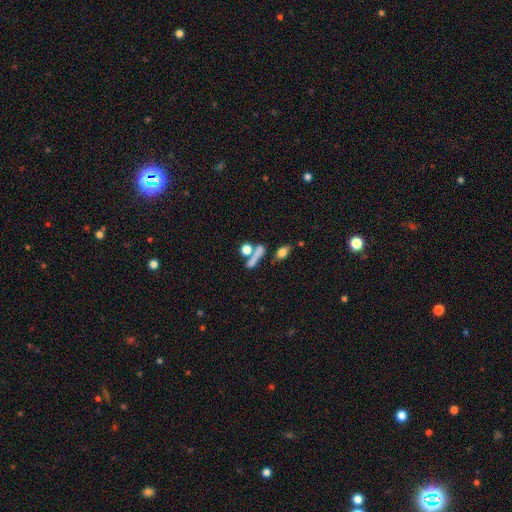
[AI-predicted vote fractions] Smooth or featured?
  - smooth: 68% *
  - featured or disk: 16%
  - star or artifact: 16%
How rounded?
  - round: 40% *
  - in between: 33%
  - cigar-shaped: 27%
Merging?
  - none: 46% *
  - merger: 33%
  - minor disturbance: 11%
  - major disturbance: 10%